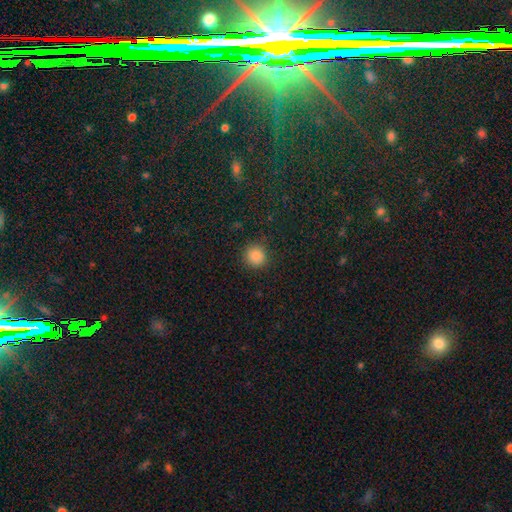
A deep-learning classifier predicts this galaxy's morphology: Smooth or featured? smooth (85%)
How rounded? round (93%)
Merging? none (90%)